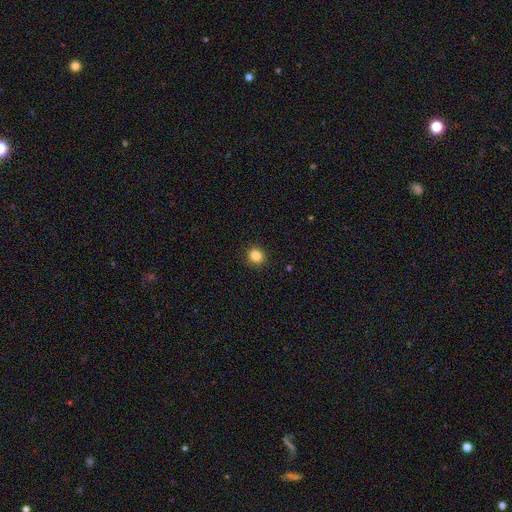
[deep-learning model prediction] Morphology: type=smooth (84%); roundness=round (86%); merging=none (91%).